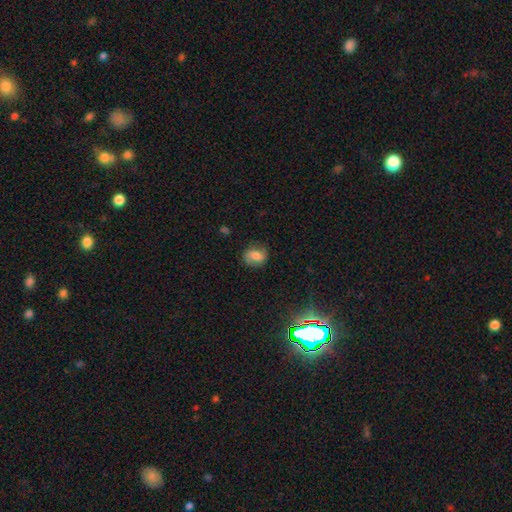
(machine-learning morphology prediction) Smooth or featured? smooth (71%)
How rounded? round (49%, tied with in between)
Merging? none (73%)